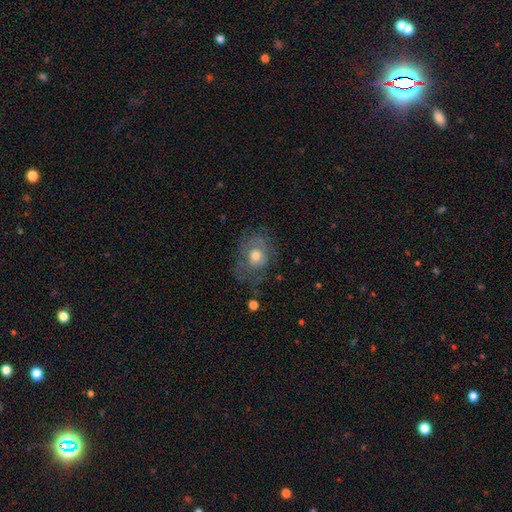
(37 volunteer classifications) A featured or disk galaxy (49%) with no bar (94%), no spiral arms (67%) and a moderate central bulge (61%).

Vote fractions:
- Smooth or featured? featured or disk: 49% / smooth: 46% / star or artifact: 5%
- Edge-on disk? no: 100% / yes: 0%
- Bar? no: 94% / strong: 6% / weak: 0%
- Spiral arms? no: 67% / yes: 33%
- Bulge size? moderate: 61% / large: 28% / dominant: 6% / small: 6% / none: 0%
- Merging? none: 57% / minor disturbance: 23% / major disturbance: 17% / merger: 3%